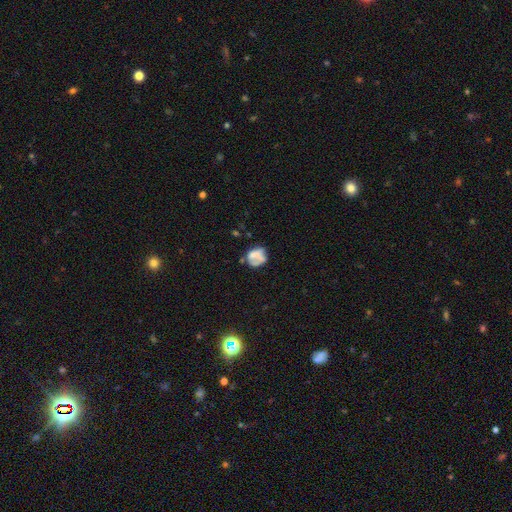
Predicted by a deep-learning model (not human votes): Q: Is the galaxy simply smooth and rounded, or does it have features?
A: smooth — 52%.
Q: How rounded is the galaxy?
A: round — 59%.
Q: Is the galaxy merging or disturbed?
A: none — 41%.